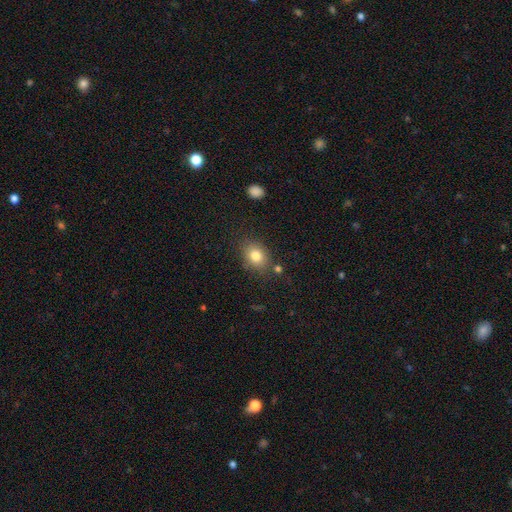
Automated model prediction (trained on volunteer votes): This appears to be a smooth galaxy with no disk features (81%) that is in between round and cigar-shaped (53%). Merging: none (79%).